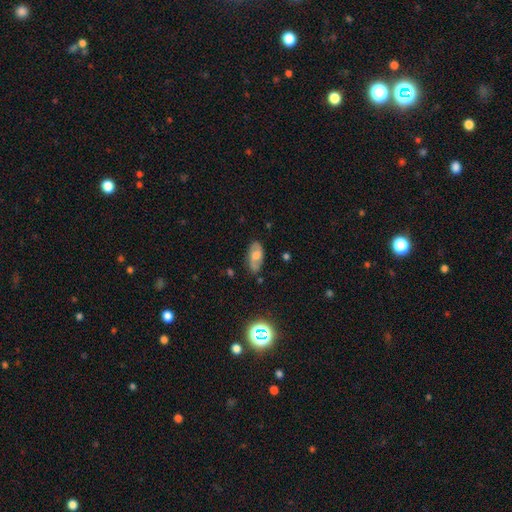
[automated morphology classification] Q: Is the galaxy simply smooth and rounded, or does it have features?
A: featured or disk — 49%.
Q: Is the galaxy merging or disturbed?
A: none — 76%.